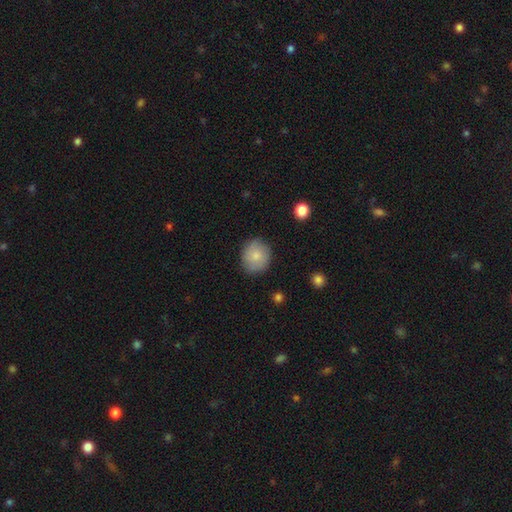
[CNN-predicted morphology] The model was most divided on "how rounded": round: 79%, in between: 20%, cigar-shaped: 1%. More confident: merging — none (82%); smooth or featured — smooth (79%).